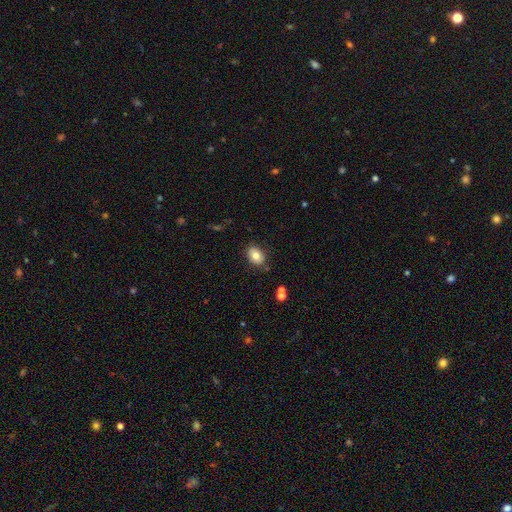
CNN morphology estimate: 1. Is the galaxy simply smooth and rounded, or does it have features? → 79% smooth, 12% featured or disk, 9% star or artifact.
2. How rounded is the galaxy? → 76% in between, 23% round, 1% cigar-shaped.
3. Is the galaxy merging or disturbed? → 81% none, 13% minor disturbance, 3% major disturbance, 3% merger.